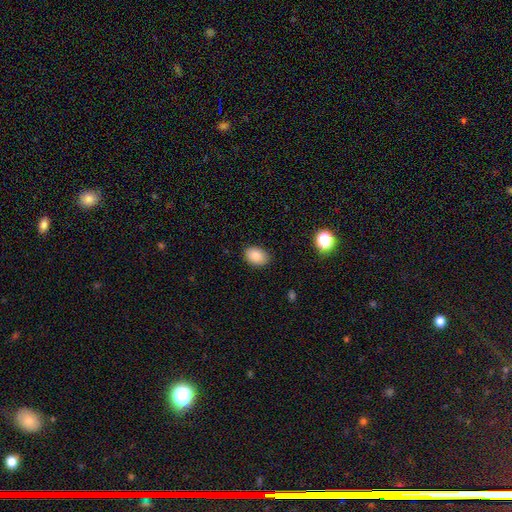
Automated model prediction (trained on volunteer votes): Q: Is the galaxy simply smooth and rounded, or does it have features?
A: smooth — 86%.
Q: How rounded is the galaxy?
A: in between — 80%.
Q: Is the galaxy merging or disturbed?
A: none — 86%.